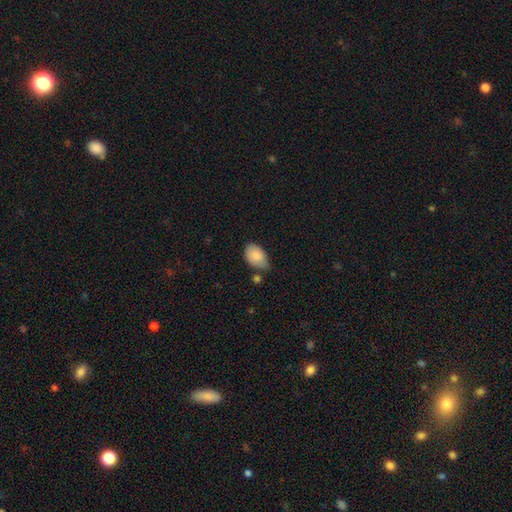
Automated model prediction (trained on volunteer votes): Smooth or featured: smooth — 85% (featured or disk — 8%)
How rounded: in between — 85% (round — 14%)
Merging: none — 49% (minor disturbance — 37%)